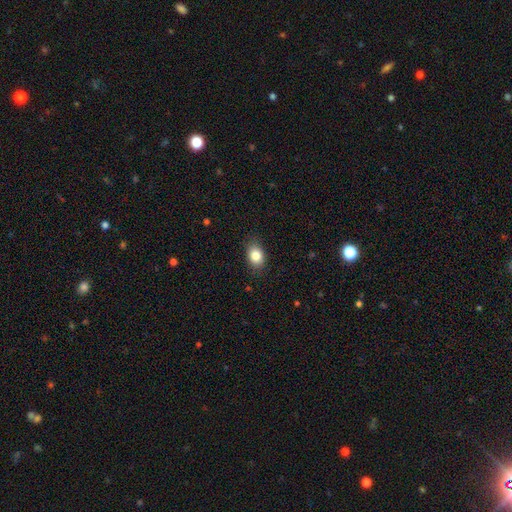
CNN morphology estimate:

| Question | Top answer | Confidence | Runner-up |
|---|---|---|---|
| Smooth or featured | smooth | 84% | star or artifact (9%) |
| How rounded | in between | 74% | round (25%) |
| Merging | none | 84% | minor disturbance (12%) |